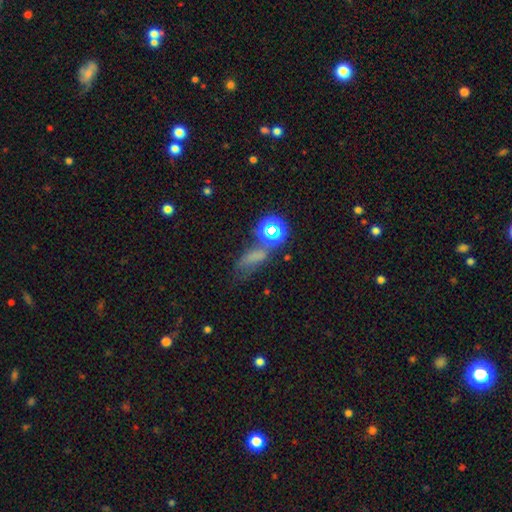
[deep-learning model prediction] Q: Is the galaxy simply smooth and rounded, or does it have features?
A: smooth — 54%.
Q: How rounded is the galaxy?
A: in between — 61%.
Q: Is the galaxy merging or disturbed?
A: none — 40%.